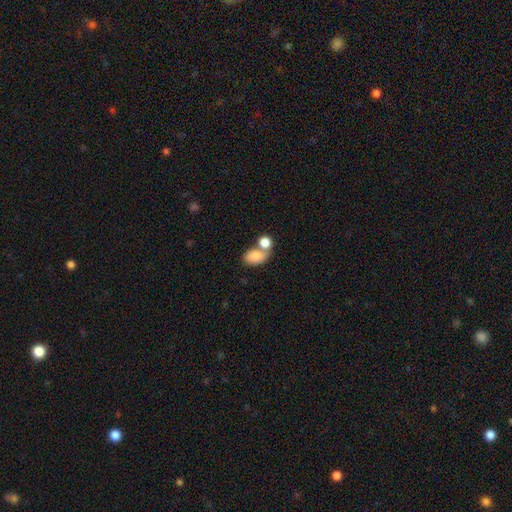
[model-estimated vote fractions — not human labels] This is clearly a smooth galaxy (82%). How rounded: clearly in between (85%). Merging: possibly merger (45%).